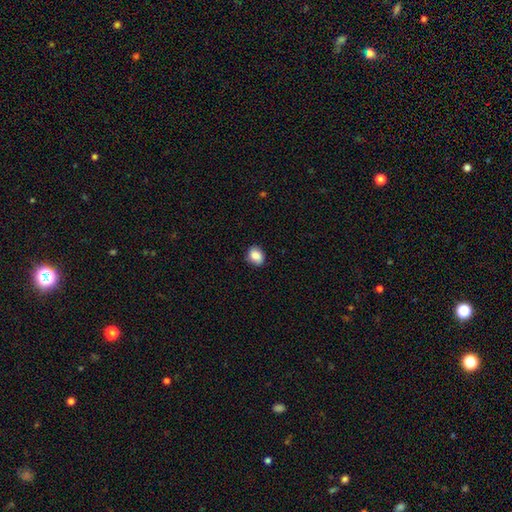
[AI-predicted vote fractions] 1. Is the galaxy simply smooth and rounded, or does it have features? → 86% smooth, 8% star or artifact, 6% featured or disk.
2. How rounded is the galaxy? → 51% in between, 48% round, 1% cigar-shaped.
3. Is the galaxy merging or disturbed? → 81% none, 15% minor disturbance, 3% major disturbance, 1% merger.